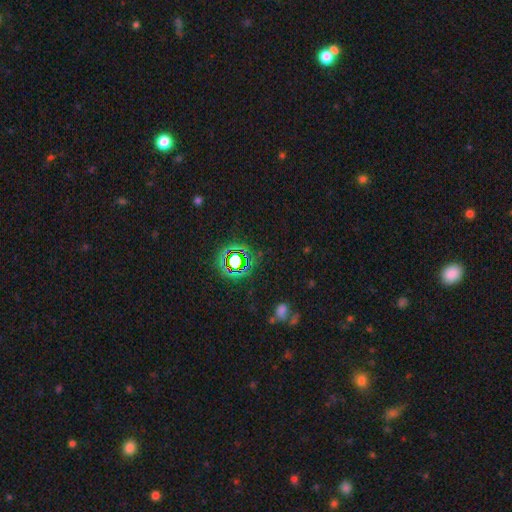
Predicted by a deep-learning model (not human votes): The model was most divided on "smooth or featured": star or artifact: 72%, smooth: 17%, featured or disk: 11%.